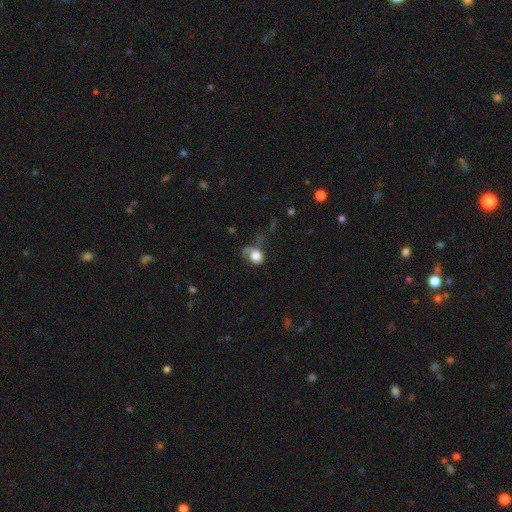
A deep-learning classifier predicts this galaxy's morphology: A smooth galaxy with no disk features (69%) that is round (52%). Merging: major disturbance (40%).